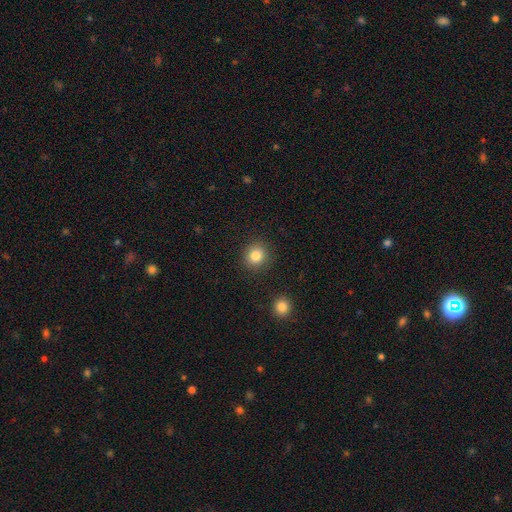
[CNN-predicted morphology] type=smooth (83%); roundness=round (87%); merging=none (89%).